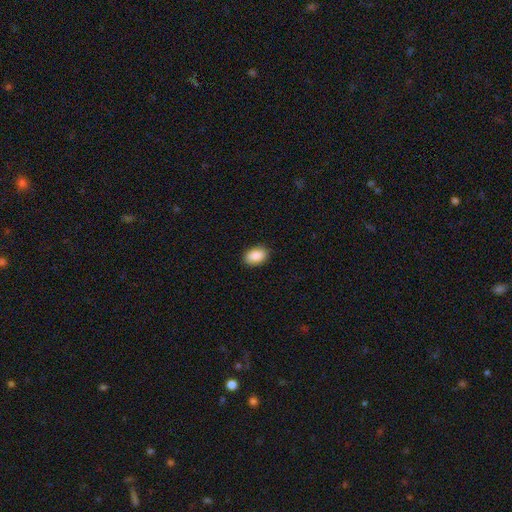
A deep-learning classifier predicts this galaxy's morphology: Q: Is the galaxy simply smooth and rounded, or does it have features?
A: smooth — 90%.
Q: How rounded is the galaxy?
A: in between — 87%.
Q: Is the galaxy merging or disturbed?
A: none — 89%.